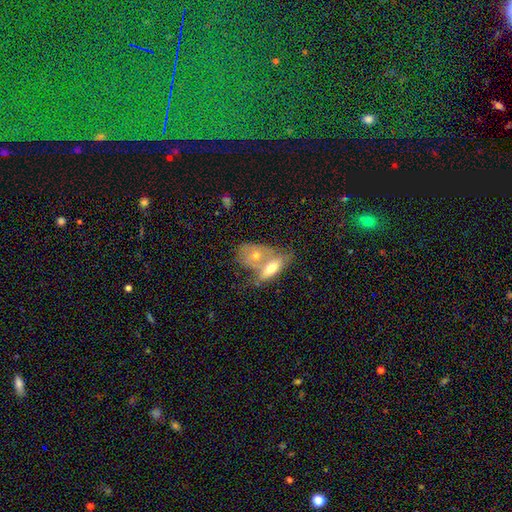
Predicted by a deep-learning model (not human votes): Morphology: type=smooth (51%); roundness=in between (76%); merging=merger (64%).